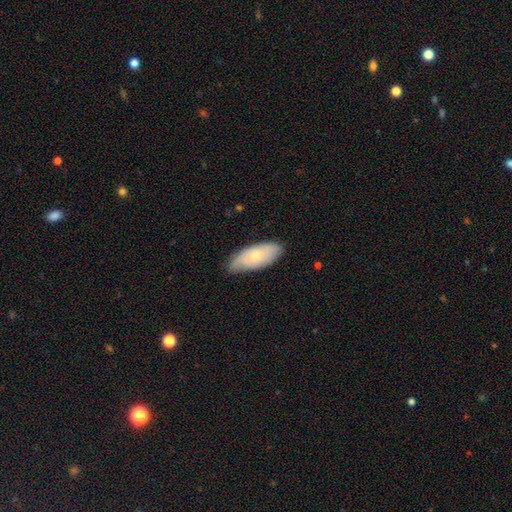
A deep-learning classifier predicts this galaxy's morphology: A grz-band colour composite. It shows a smooth galaxy with no disk features (55%) that is in between round and cigar-shaped (84%). Merging: none (69%).